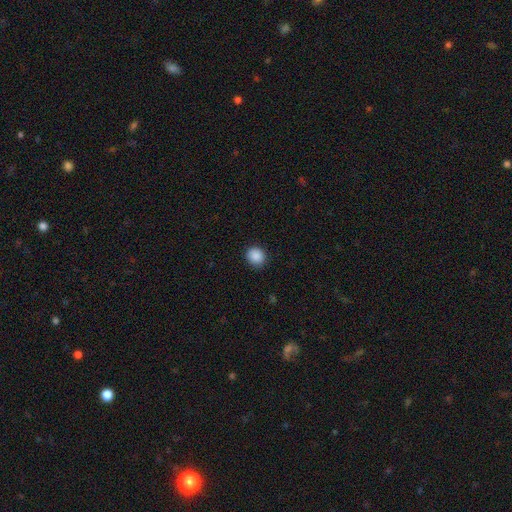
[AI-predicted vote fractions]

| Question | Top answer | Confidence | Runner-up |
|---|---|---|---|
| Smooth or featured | smooth | 89% | star or artifact (9%) |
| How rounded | round | 80% | in between (19%) |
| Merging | none | 89% | minor disturbance (8%) |